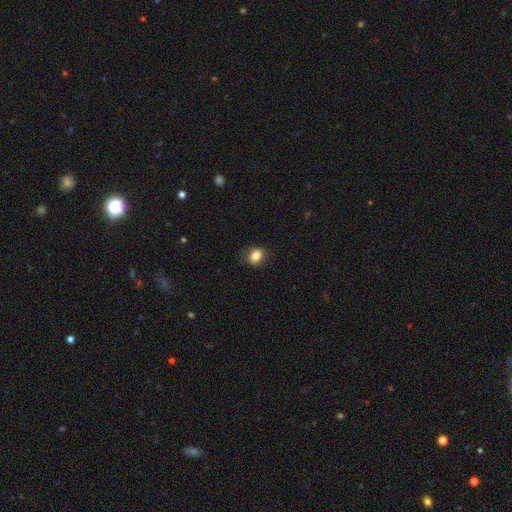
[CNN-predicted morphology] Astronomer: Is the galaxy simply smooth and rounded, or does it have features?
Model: smooth — 84%.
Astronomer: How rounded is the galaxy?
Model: round — 54% (runner-up: in between, 45%).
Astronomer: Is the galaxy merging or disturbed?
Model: none — 81%.